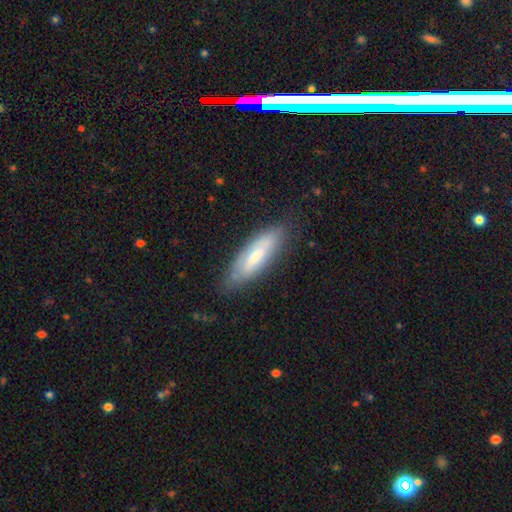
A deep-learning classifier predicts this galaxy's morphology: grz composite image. It shows a smooth galaxy with no disk features (53%) that is cigar-shaped (53%). Merging: none (77%).